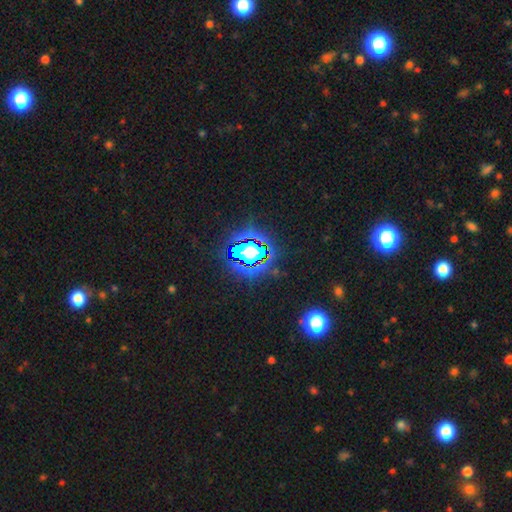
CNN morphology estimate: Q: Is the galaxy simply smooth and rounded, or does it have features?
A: star or artifact — 80%.